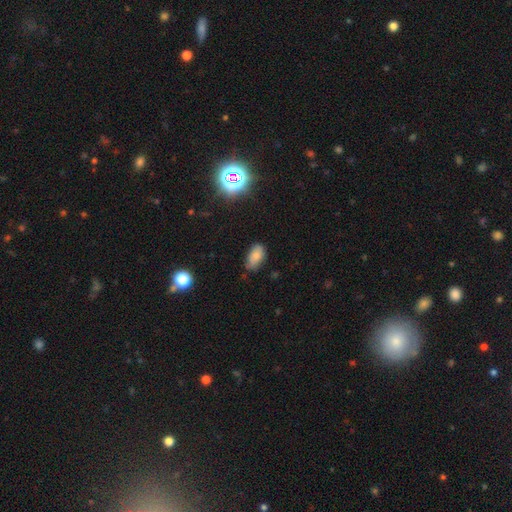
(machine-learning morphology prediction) This appears to be a smooth galaxy with no disk features (77%) that is in between round and cigar-shaped (91%). Merging: none (64%).